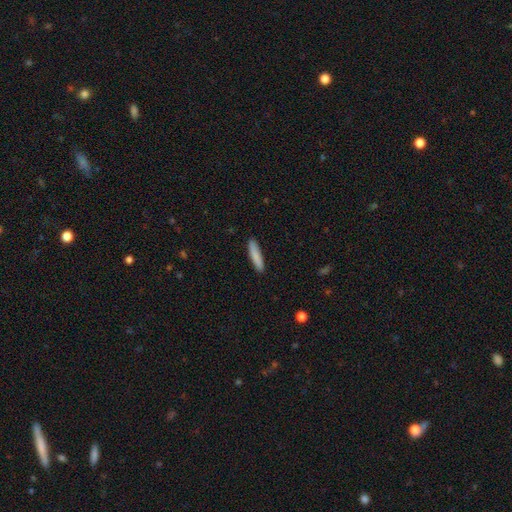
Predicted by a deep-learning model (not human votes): Smooth or featured?
  - smooth: 86% *
  - featured or disk: 9%
  - star or artifact: 6%
How rounded?
  - cigar-shaped: 88% *
  - in between: 11%
  - round: 1%
Merging?
  - none: 90% *
  - minor disturbance: 7%
  - major disturbance: 1%
  - merger: 1%